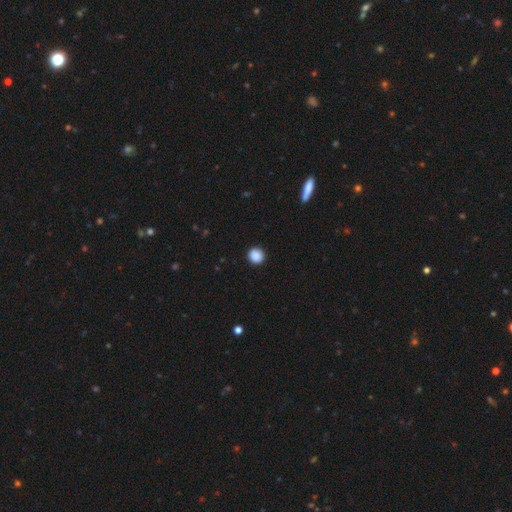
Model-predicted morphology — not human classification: smooth-or-featured: smooth: 89% | star or artifact: 9% | featured or disk: 2%
  how-rounded: round: 94% | in between: 5% | cigar-shaped: 1%
  merging: none: 93% | minor disturbance: 5% | major disturbance: 2% | merger: 1%